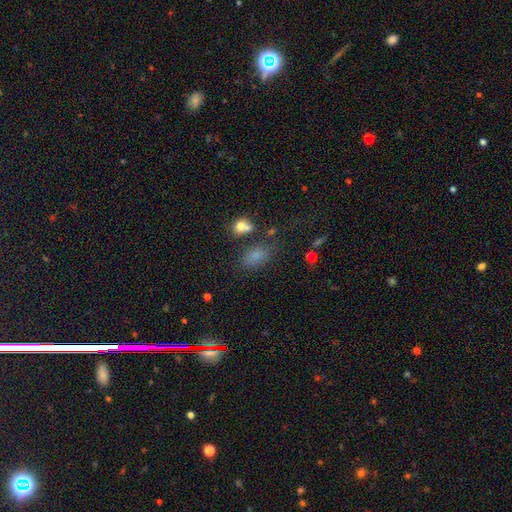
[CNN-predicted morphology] The model was most divided on "merging": none: 63%, minor disturbance: 17%, merger: 12%, major disturbance: 7%. More confident: how rounded — in between (83%); smooth or featured — smooth (71%).